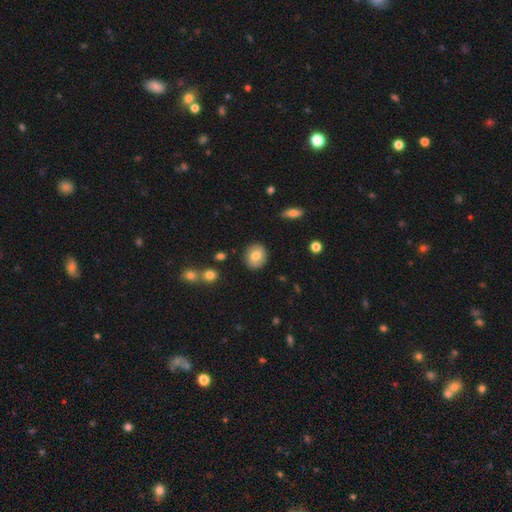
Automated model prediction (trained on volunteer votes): Morphology: type=smooth (76%); roundness=round (68%); merging=none (88%).